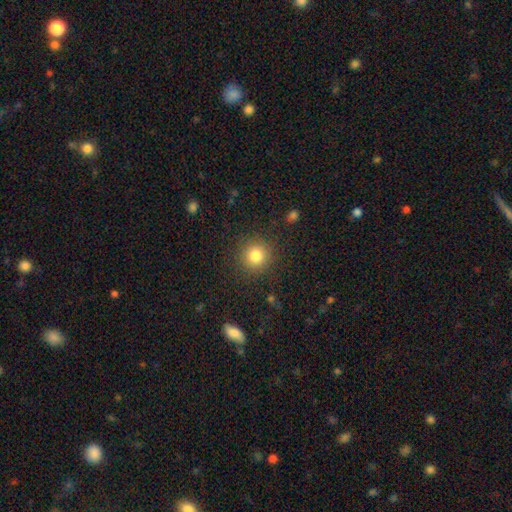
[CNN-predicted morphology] smooth-or-featured: smooth: 81% | star or artifact: 12% | featured or disk: 6%
  how-rounded: round: 93% | in between: 6% | cigar-shaped: 1%
  merging: none: 88% | minor disturbance: 7% | major disturbance: 3% | merger: 1%